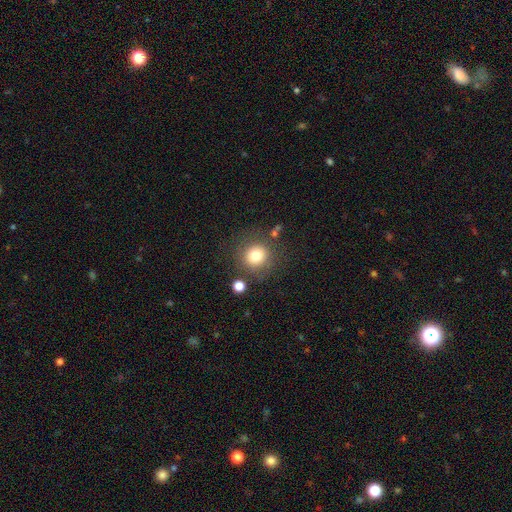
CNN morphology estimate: smooth-or-featured: smooth: 76% | star or artifact: 13% | featured or disk: 11%
  how-rounded: round: 92% | in between: 7% | cigar-shaped: 1%
  merging: none: 78% | minor disturbance: 11% | merger: 6% | major disturbance: 5%